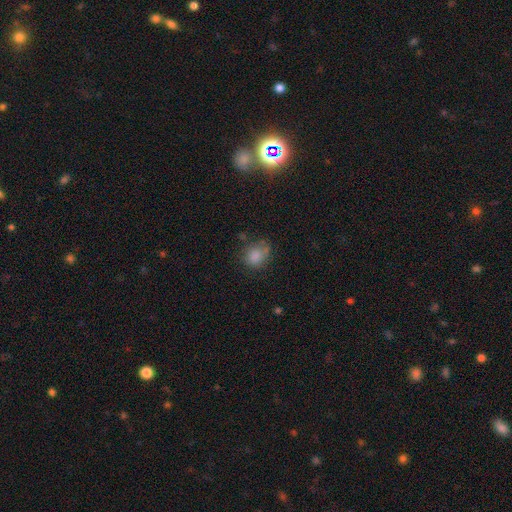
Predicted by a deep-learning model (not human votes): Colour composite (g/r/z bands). It shows a smooth galaxy with no disk features (82%) that is round (59%). Merging: none (59%).